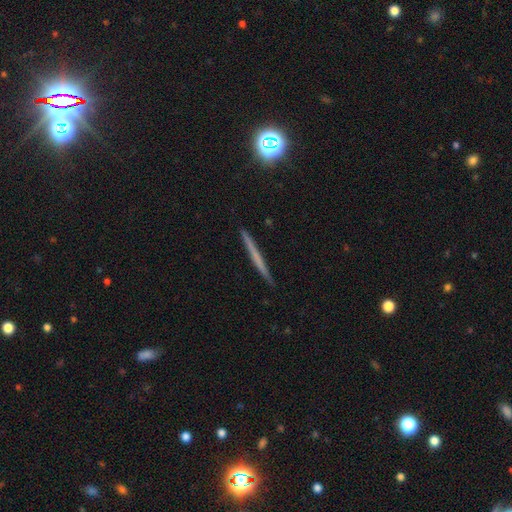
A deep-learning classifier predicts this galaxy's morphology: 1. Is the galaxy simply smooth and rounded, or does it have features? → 47% featured or disk, 44% smooth, 9% star or artifact.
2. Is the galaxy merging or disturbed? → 92% none, 6% minor disturbance, 1% major disturbance, 1% merger.